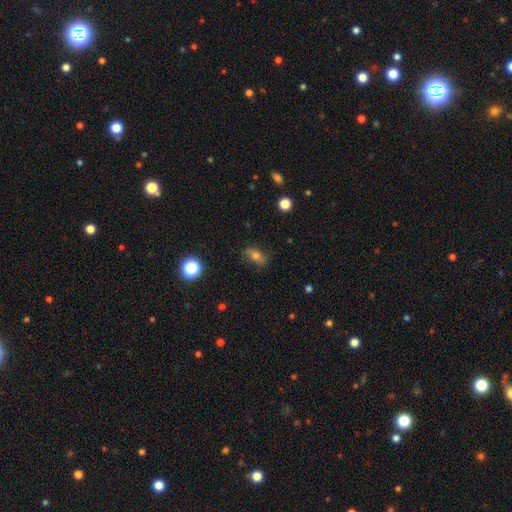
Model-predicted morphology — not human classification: Q: Smooth or featured?
A: smooth (57%); runner-up: featured or disk (30%)
Q: How rounded?
A: in between (72%); runner-up: round (18%)
Q: Merging?
A: none (73%); runner-up: minor disturbance (19%)